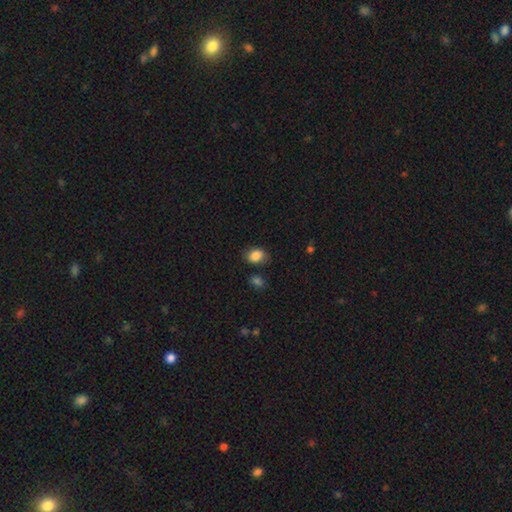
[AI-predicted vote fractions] The model was most divided on "how rounded": in between: 67%, round: 32%, cigar-shaped: 1%. More confident: smooth or featured — smooth (86%); merging — none (72%).